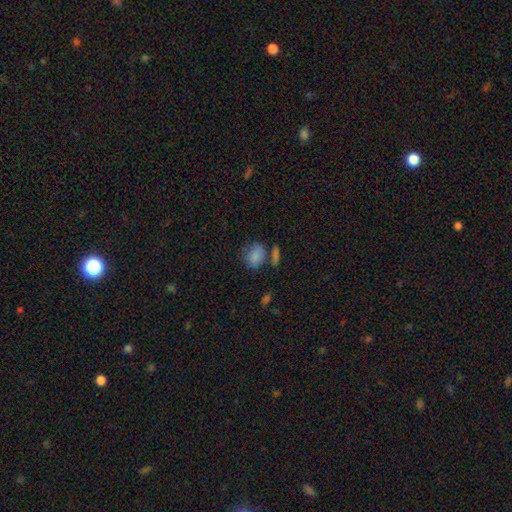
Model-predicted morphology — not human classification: Smooth or featured?
  - smooth: 80% *
  - star or artifact: 10%
  - featured or disk: 10%
How rounded?
  - in between: 61% *
  - round: 37%
  - cigar-shaped: 2%
Merging?
  - none: 52% *
  - minor disturbance: 20%
  - merger: 18%
  - major disturbance: 10%